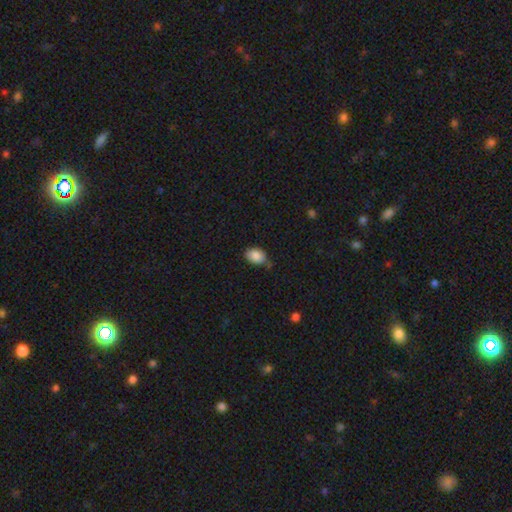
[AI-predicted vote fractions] This appears to be a smooth galaxy with no disk features (87%) that is in between round and cigar-shaped (79%). Merging: none (68%).